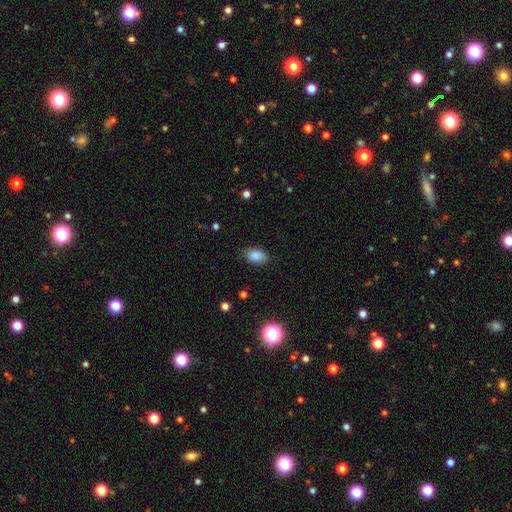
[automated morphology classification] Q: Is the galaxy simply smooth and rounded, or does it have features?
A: smooth — 86%.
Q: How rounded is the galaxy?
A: in between — 87%.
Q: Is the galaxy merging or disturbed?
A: none — 80%.